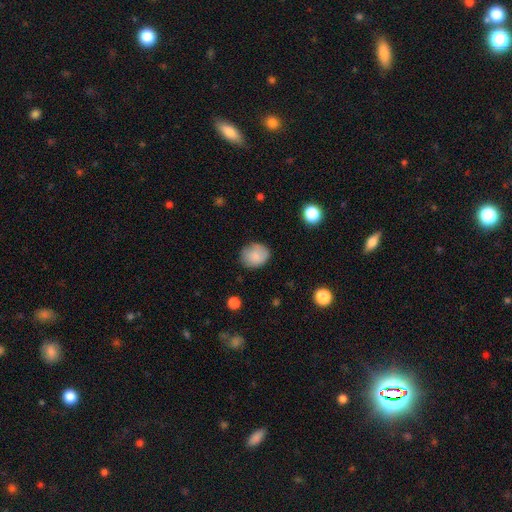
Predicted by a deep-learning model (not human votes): Smooth or featured: smooth — 81% (featured or disk — 11%)
How rounded: round — 59% (in between — 40%)
Merging: none — 79% (minor disturbance — 16%)